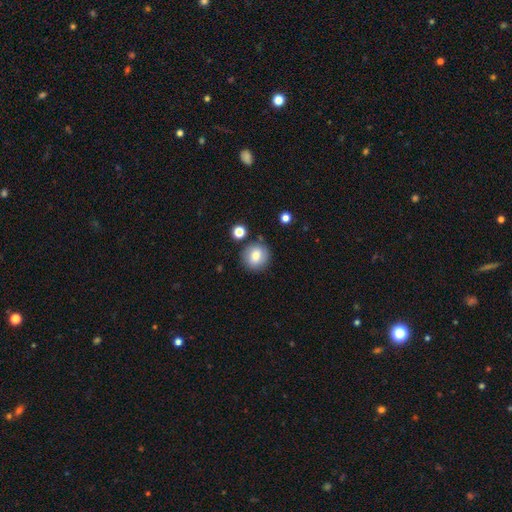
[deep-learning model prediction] Smooth or featured? smooth (80%)
How rounded? round (86%)
Merging? none (81%)